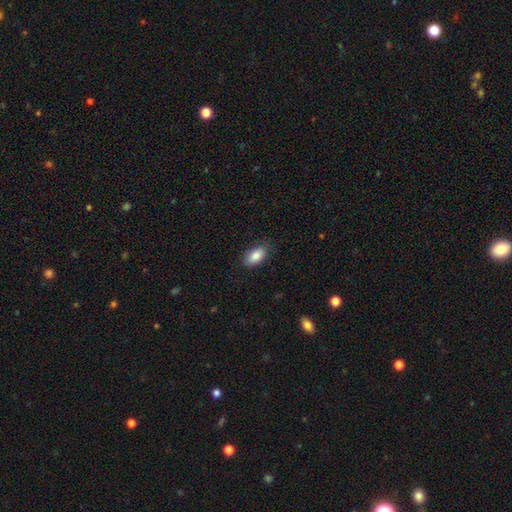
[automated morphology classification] smooth 85%, featured or disk 8%, star or artifact 7%. Down the decision tree: how rounded — in between (92%); merging — none (81%).